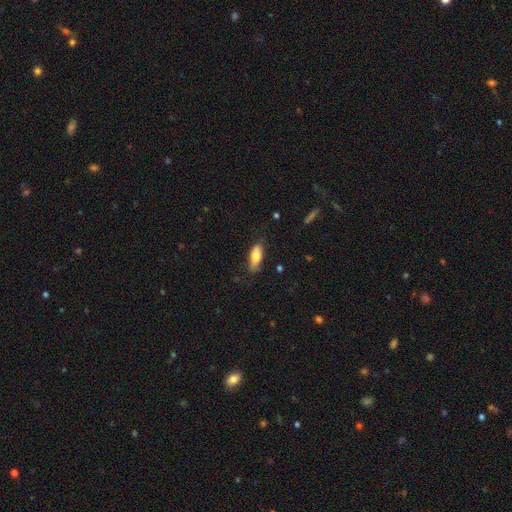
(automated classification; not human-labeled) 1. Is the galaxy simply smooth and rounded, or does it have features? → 76% smooth, 18% featured or disk, 6% star or artifact.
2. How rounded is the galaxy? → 72% in between, 26% cigar-shaped, 2% round.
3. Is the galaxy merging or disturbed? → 73% none, 20% minor disturbance, 5% major disturbance, 2% merger.